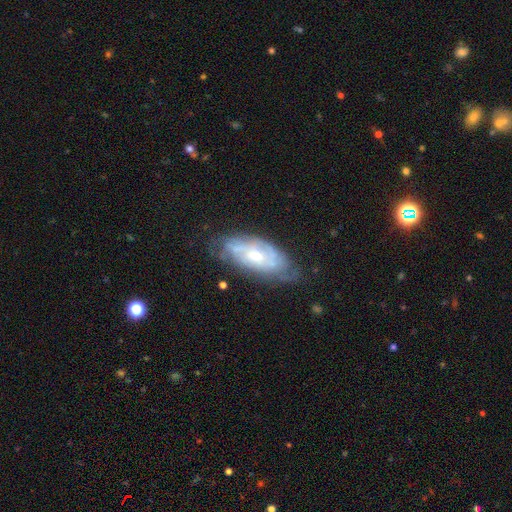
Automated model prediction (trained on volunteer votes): Smooth or featured? featured or disk (74%)
Edge-on disk? no (90%)
Bar? no (69%)
Spiral arms? yes (84%)
Spiral winding? tight (62%)
Spiral arm count? can't tell (54%)
Bulge size? small (50%)
Merging? none (64%)